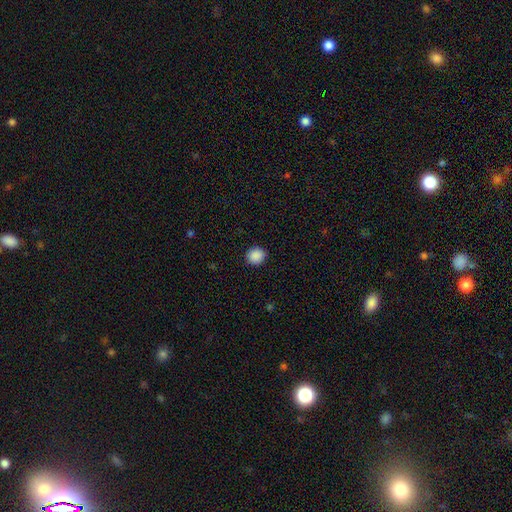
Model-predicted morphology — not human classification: smooth_or_featured: smooth (p=0.89) [alt: star or artifact p=0.09]
how_rounded: round (p=0.88) [alt: in between p=0.11]
merging: none (p=0.91) [alt: minor disturbance p=0.06]